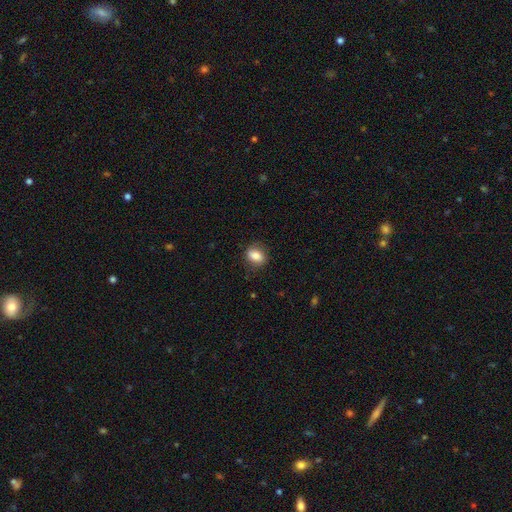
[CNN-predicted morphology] A smooth galaxy with no disk features (82%) that is in between round and cigar-shaped (65%).

Vote fractions:
- Smooth or featured? smooth: 82% / featured or disk: 10% / star or artifact: 8%
- How rounded? in between: 65% / round: 33% / cigar-shaped: 2%
- Merging? none: 80% / minor disturbance: 15% / major disturbance: 4% / merger: 1%